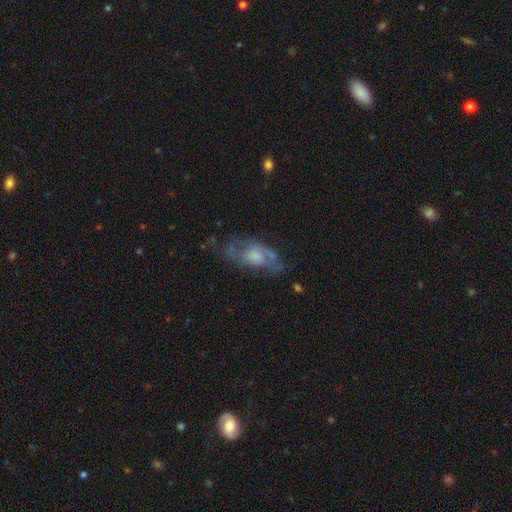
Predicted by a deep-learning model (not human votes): smooth-or-featured: featured or disk: 62% | smooth: 29% | star or artifact: 9%
  disk-edge-on: no: 91% | yes: 9%
    bar: no: 69% | weak: 26% | strong: 4%
    has-spiral-arms: yes: 67% | no: 33%
    bulge-size: moderate: 37% | small: 27% | none: 18% | large: 17% | dominant: 2%
  merging: none: 50% | minor disturbance: 25% | major disturbance: 22% | merger: 3%